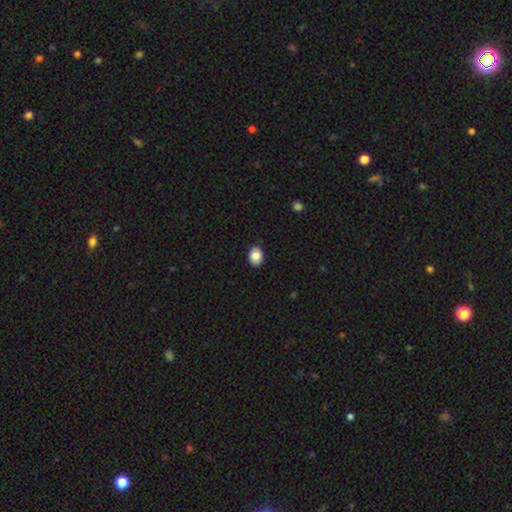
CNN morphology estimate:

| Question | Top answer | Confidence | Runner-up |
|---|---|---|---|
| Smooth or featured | smooth | 88% | star or artifact (8%) |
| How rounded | in between | 58% | round (41%) |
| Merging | none | 85% | minor disturbance (11%) |